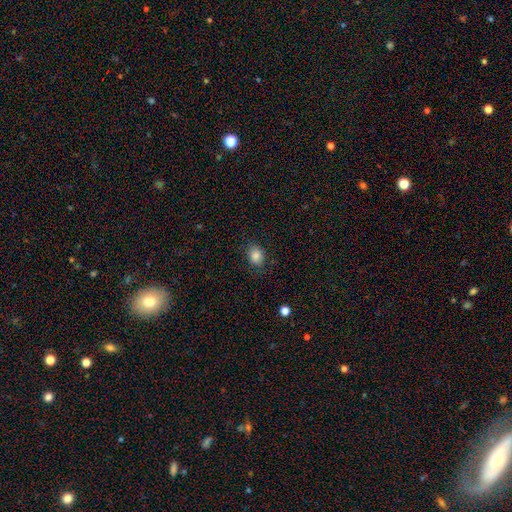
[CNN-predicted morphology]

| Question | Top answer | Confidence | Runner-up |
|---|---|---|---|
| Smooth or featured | smooth | 85% | star or artifact (10%) |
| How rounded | in between | 61% | round (38%) |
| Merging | none | 81% | minor disturbance (14%) |